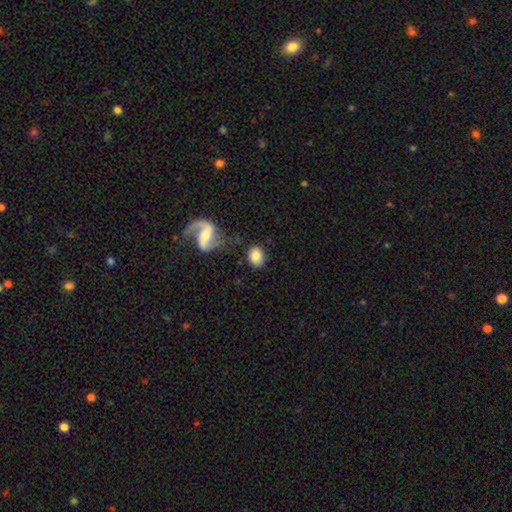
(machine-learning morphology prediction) smooth_or_featured: smooth (p=0.77) [alt: featured or disk p=0.16]
how_rounded: in between (p=0.58) [alt: round p=0.40]
merging: none (p=0.68) [alt: minor disturbance p=0.14]